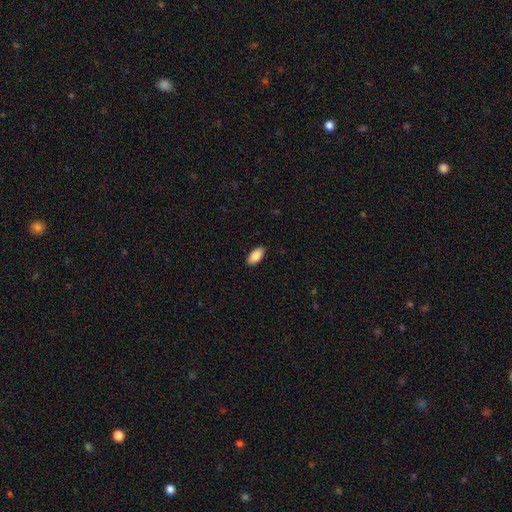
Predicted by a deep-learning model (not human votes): A smooth galaxy with no disk features (88%) that is in between round and cigar-shaped (93%). Merging: none (90%).